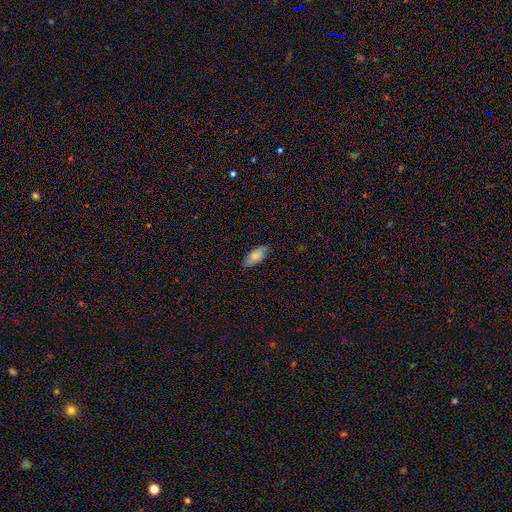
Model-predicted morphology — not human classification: The model was most divided on "smooth or featured": smooth: 78%, featured or disk: 15%, star or artifact: 7%. More confident: how rounded — in between (87%); merging — none (80%).